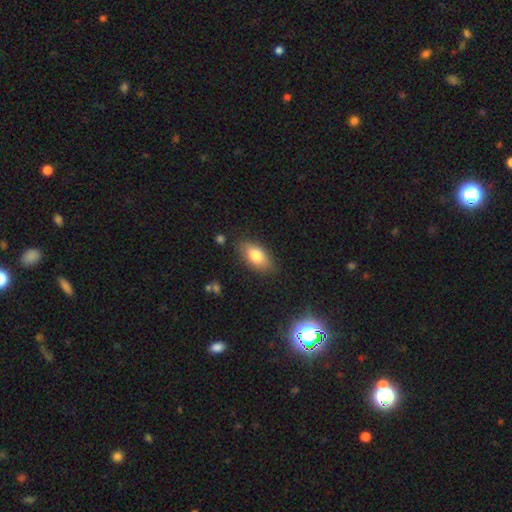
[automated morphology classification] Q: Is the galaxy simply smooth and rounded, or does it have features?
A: smooth — 79%.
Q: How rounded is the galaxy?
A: in between — 89%.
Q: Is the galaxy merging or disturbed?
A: none — 82%.